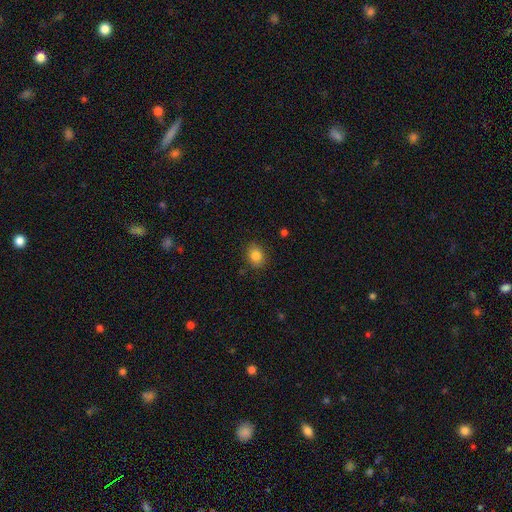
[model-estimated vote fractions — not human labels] This is clearly a smooth galaxy (84%). How rounded: possibly round (54%). Merging: clearly none (87%).